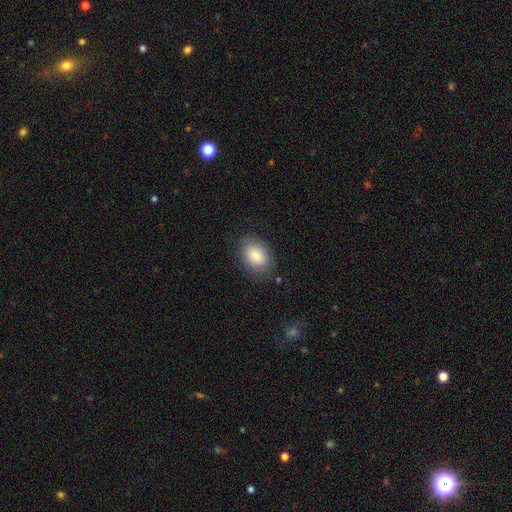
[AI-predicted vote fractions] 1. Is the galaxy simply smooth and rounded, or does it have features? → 82% smooth, 11% featured or disk, 7% star or artifact.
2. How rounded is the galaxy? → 78% in between, 21% round, 1% cigar-shaped.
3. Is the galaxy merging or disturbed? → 76% none, 17% minor disturbance, 6% major disturbance, 1% merger.